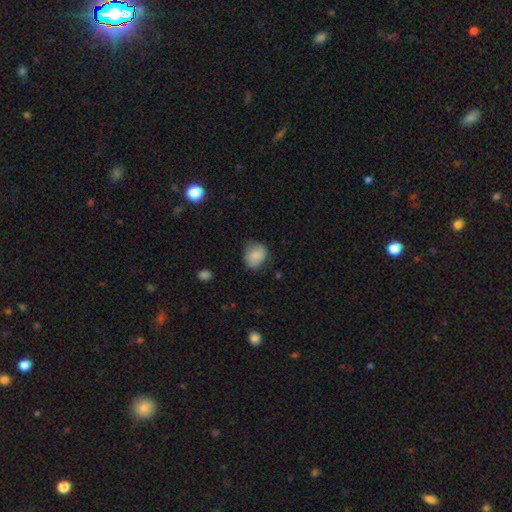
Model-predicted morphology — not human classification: Smooth or featured?
  - smooth: 81% *
  - featured or disk: 11%
  - star or artifact: 8%
How rounded?
  - round: 58% *
  - in between: 42%
  - cigar-shaped: 1%
Merging?
  - none: 63% *
  - minor disturbance: 28%
  - major disturbance: 7%
  - merger: 1%